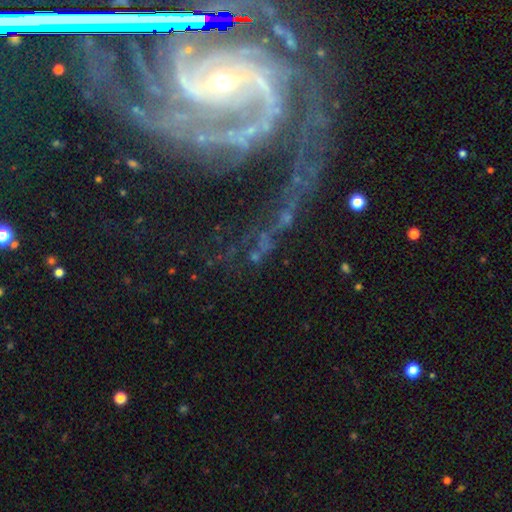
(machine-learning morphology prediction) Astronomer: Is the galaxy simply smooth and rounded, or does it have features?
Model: star or artifact — 53%.